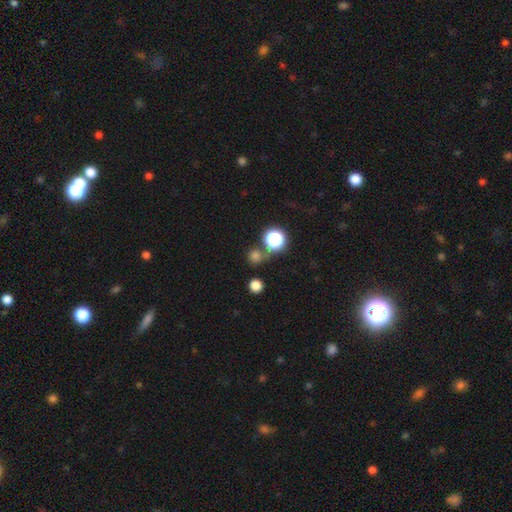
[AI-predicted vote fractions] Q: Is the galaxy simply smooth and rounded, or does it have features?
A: smooth — 69%.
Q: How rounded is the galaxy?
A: round — 89%.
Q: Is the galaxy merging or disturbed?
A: none — 70%.